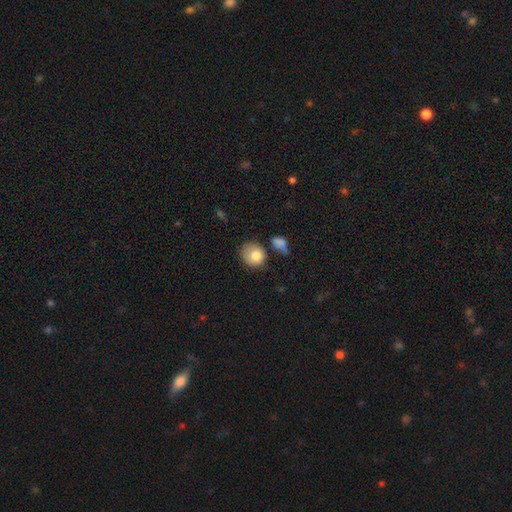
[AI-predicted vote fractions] Q: Smooth or featured?
A: smooth (79%); runner-up: featured or disk (13%)
Q: How rounded?
A: round (72%); runner-up: in between (27%)
Q: Merging?
A: none (51%); runner-up: minor disturbance (28%)